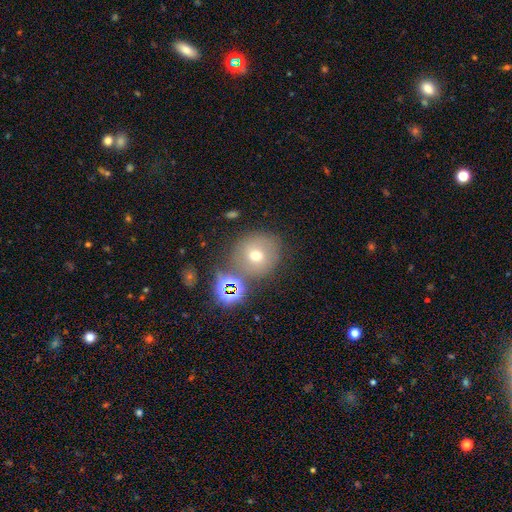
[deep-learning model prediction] Smooth or featured: smooth — 62% (star or artifact — 21%)
How rounded: round — 88% (in between — 11%)
Merging: none — 70% (merger — 12%)